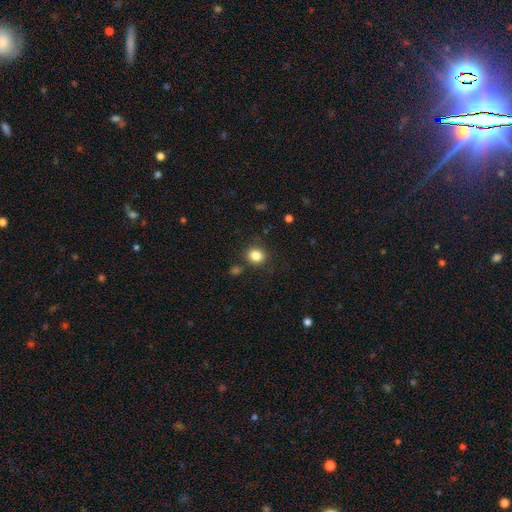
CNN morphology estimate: A smooth galaxy with no disk features (84%) that is round (76%).

Vote fractions:
- Smooth or featured? smooth: 84% / star or artifact: 11% / featured or disk: 5%
- How rounded? round: 76% / in between: 24% / cigar-shaped: 1%
- Merging? none: 84% / minor disturbance: 9% / merger: 4% / major disturbance: 3%